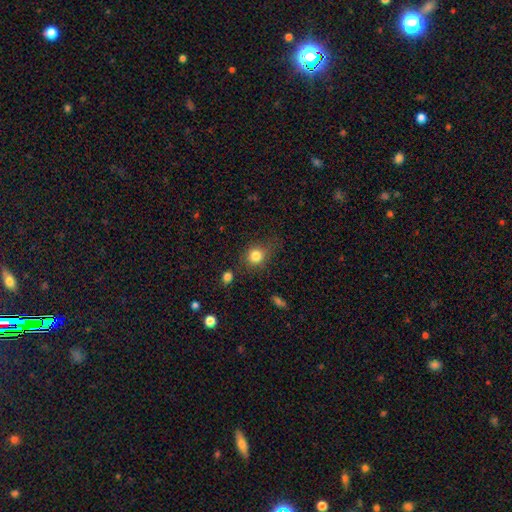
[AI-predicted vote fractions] Smooth or featured? Predicted: smooth (p=0.82). How rounded? Predicted: round (p=0.81). Merging? Predicted: none (p=0.69).